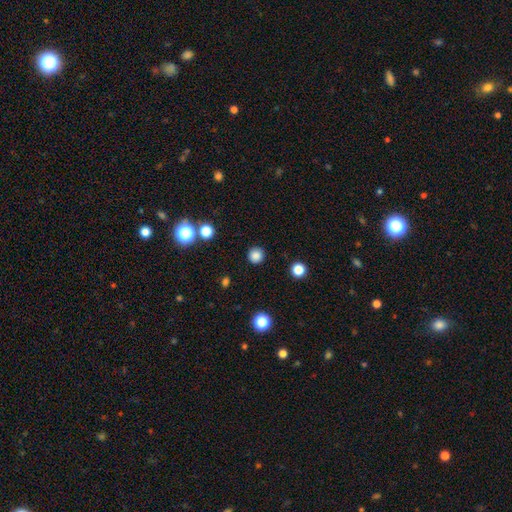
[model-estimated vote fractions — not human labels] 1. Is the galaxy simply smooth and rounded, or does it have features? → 84% smooth, 13% star or artifact, 4% featured or disk.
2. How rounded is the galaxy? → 95% round, 4% in between, 1% cigar-shaped.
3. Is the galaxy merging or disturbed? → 91% none, 5% minor disturbance, 2% major disturbance, 1% merger.